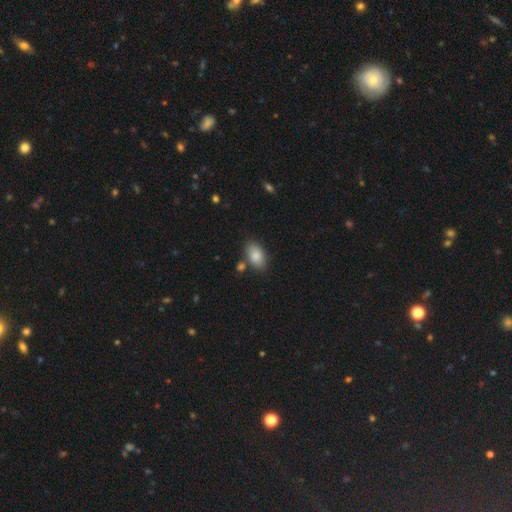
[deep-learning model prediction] Overall: smooth (86%). How rounded: in between (92%). Merging: none (77%).